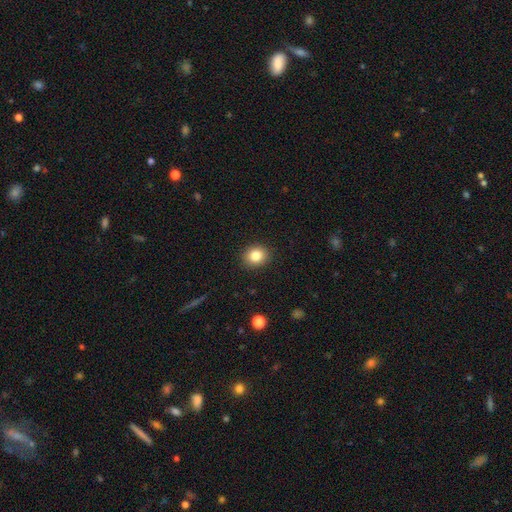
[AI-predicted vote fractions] Smooth or featured? Predicted: smooth (p=0.84). How rounded? Predicted: round (p=0.67). Merging? Predicted: none (p=0.90).